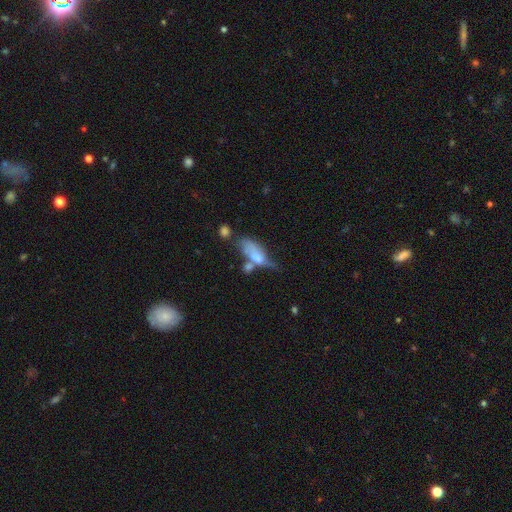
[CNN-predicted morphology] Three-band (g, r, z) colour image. It shows a smooth galaxy with no disk features (58%) that is in between round and cigar-shaped (71%). Merging: merger (34%).